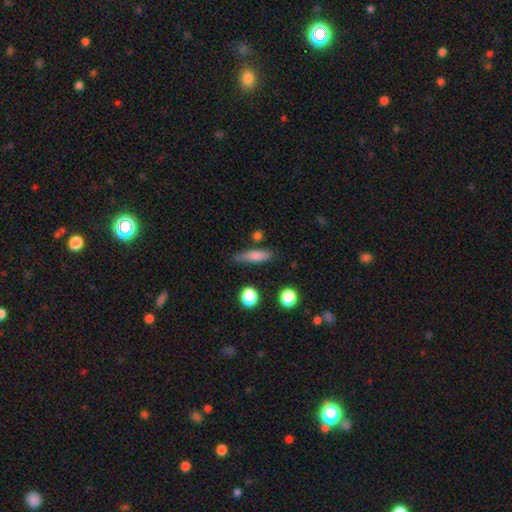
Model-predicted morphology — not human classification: Overall: smooth (75%). How rounded: cigar-shaped (65%; in between 30%). Merging: none (71%).